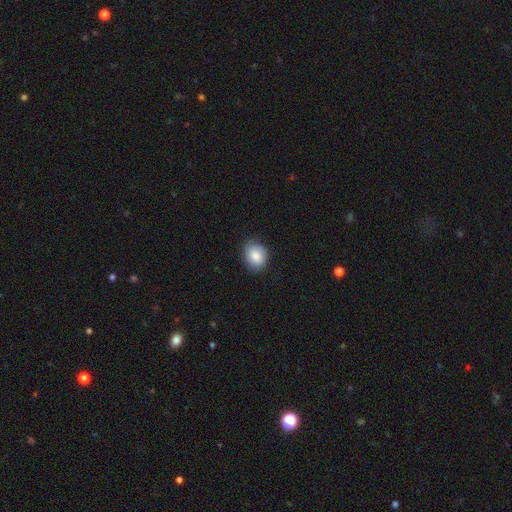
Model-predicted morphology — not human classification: The model was most divided on "how rounded": round: 57%, in between: 42%, cigar-shaped: 1%. More confident: smooth or featured — smooth (84%); merging — none (81%).